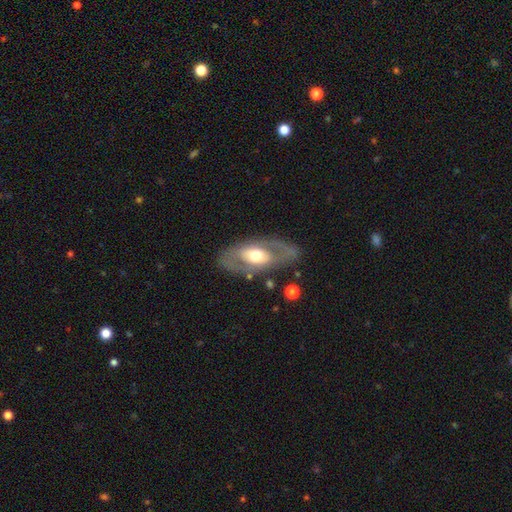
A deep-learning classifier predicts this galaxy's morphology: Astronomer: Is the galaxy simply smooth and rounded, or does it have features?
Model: featured or disk — 63%.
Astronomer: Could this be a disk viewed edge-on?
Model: no — 86%.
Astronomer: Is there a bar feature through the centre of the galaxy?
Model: no — 70%.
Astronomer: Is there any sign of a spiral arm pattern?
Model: no — 72%.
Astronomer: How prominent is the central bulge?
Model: moderate — 62%.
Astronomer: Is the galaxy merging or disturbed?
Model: none — 77%.